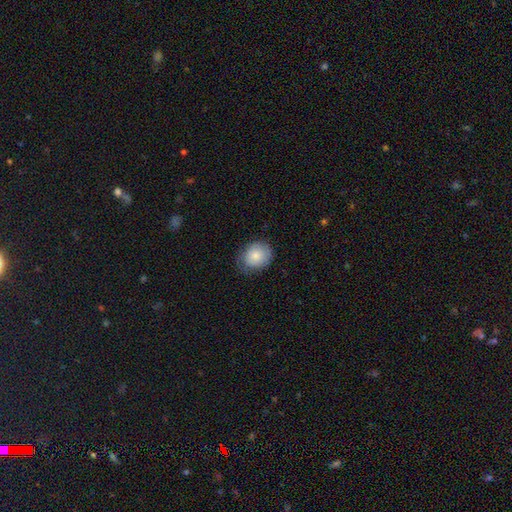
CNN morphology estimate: Smooth or featured: smooth — 75% (featured or disk — 18%)
How rounded: round — 66% (in between — 33%)
Merging: none — 64% (minor disturbance — 27%)